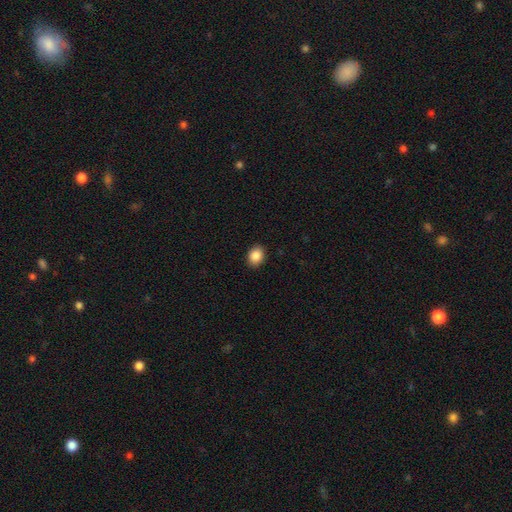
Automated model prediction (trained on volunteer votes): Morphology: type=smooth (88%); roundness=in between (58%); merging=none (90%).